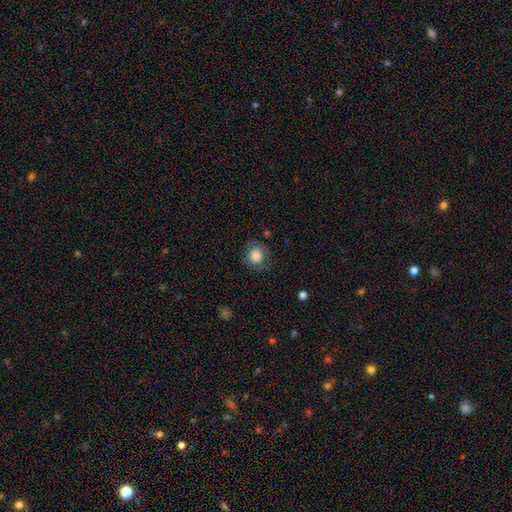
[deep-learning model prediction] The model was most divided on "how rounded": round: 73%, in between: 27%, cigar-shaped: 1%. More confident: smooth or featured — smooth (80%); merging — none (71%).